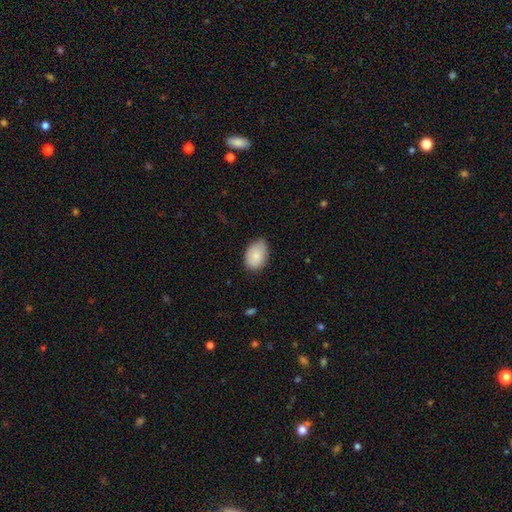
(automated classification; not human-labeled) Smooth or featured? Predicted: smooth (p=0.82). How rounded? Predicted: in between (p=0.83). Merging? Predicted: none (p=0.62).